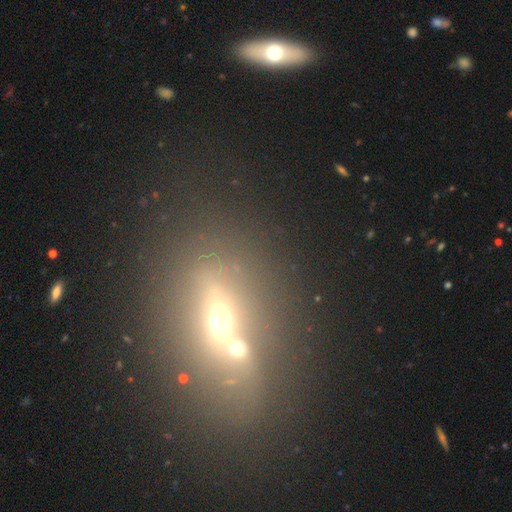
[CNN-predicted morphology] The model was most divided on "smooth or featured" (2-way tie): smooth: 36%, featured or disk: 36%, star or artifact: 28%. More confident: merging — none (54%).